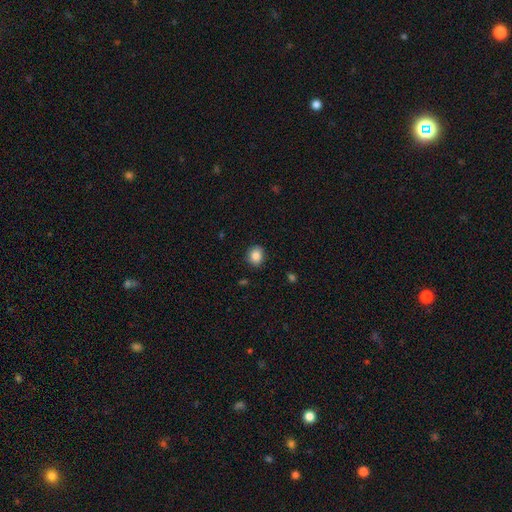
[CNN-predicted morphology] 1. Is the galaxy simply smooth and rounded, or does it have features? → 87% smooth, 9% star or artifact, 4% featured or disk.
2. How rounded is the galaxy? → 66% round, 33% in between, 1% cigar-shaped.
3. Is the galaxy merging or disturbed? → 87% none, 10% minor disturbance, 2% major disturbance, 1% merger.